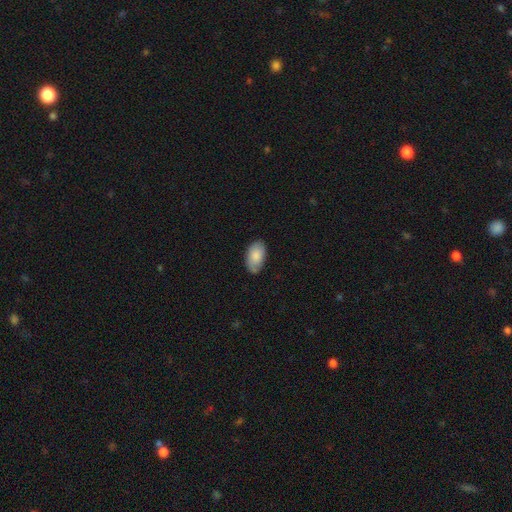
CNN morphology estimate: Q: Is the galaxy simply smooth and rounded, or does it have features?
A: smooth — 84%.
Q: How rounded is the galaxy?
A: in between — 95%.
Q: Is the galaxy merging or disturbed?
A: none — 77%.